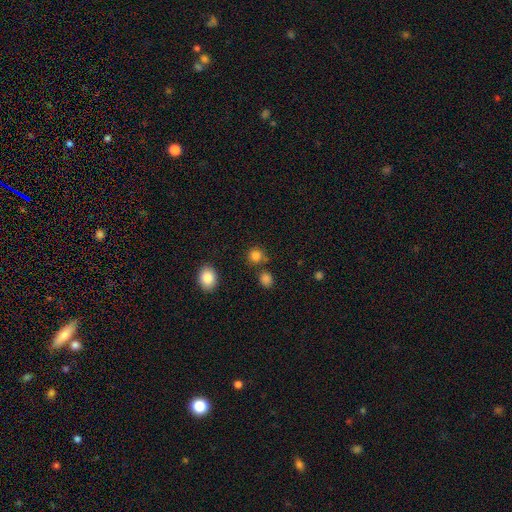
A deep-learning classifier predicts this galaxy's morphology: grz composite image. It shows a smooth galaxy with no disk features (83%) that is round (88%). Merging: none (74%).